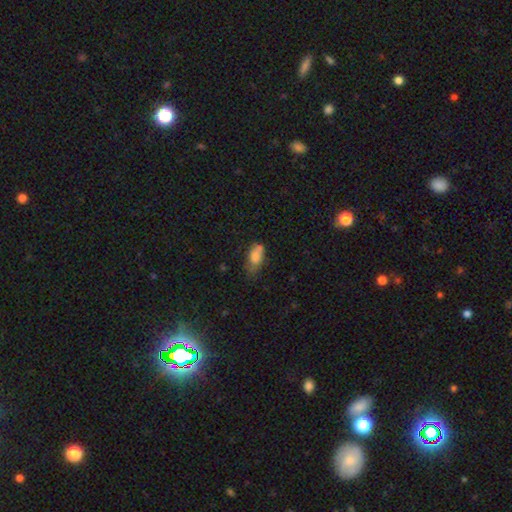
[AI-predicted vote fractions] This is likely a smooth galaxy (77%). How rounded: clearly in between (87%). Merging: marginally none (40%).